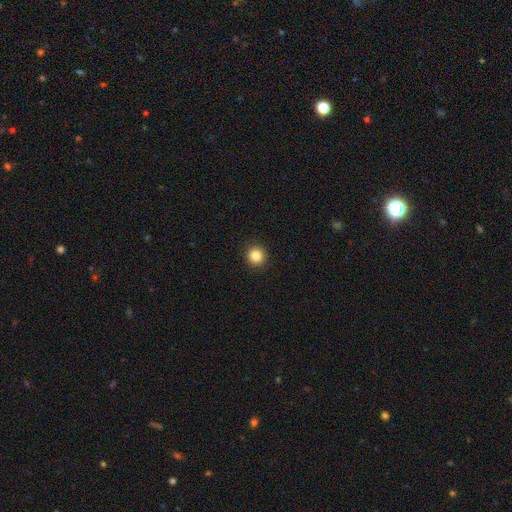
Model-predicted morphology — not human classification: smooth 85%, star or artifact 11%, featured or disk 4%. Down the decision tree: how rounded — round (93%); merging — none (93%).